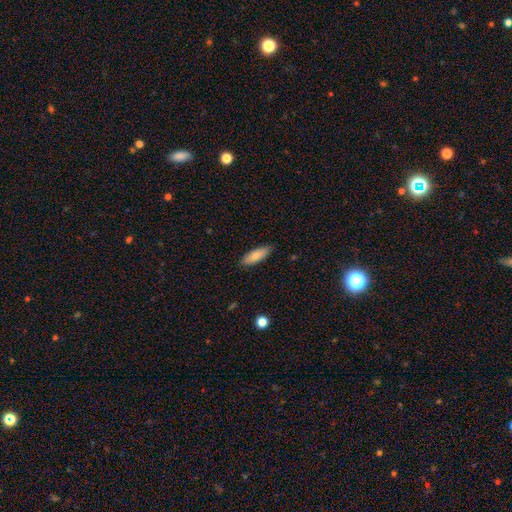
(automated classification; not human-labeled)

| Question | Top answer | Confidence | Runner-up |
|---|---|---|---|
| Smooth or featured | smooth | 82% | featured or disk (12%) |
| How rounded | in between | 59% | cigar-shaped (39%) |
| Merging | none | 86% | minor disturbance (11%) |